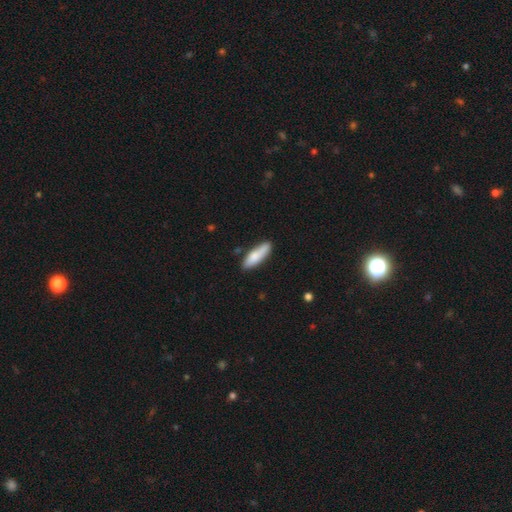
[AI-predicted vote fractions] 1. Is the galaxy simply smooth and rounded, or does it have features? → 80% smooth, 14% featured or disk, 6% star or artifact.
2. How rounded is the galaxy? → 59% cigar-shaped, 39% in between, 2% round.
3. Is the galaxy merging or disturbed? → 75% none, 18% minor disturbance, 4% merger, 3% major disturbance.